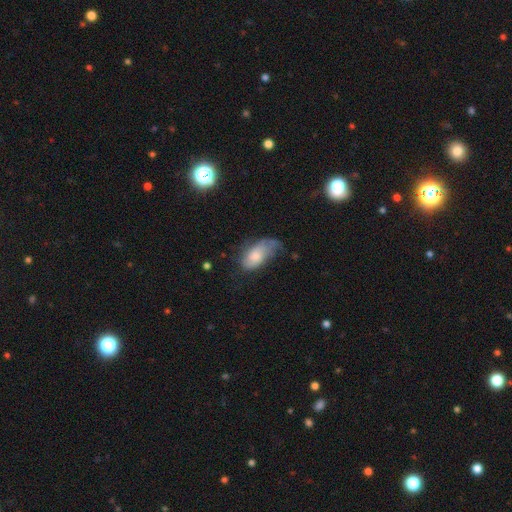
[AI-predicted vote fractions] Smooth or featured? Predicted: smooth (p=0.61). How rounded? Predicted: in between (p=0.92). Merging? Predicted: minor disturbance (p=0.37).